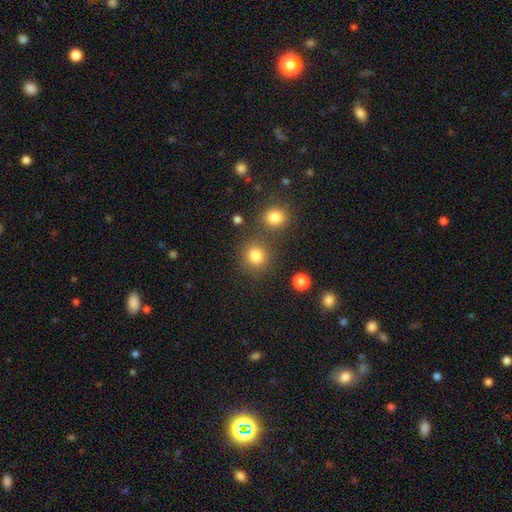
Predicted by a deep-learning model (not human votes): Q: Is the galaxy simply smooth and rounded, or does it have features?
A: smooth — 82%.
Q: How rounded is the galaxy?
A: round — 88%.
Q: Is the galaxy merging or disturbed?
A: none — 75%.